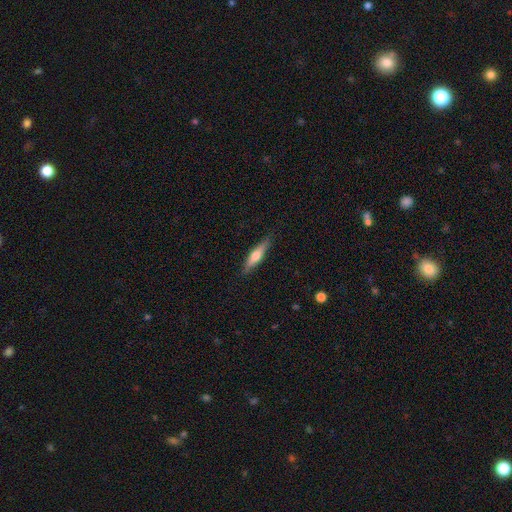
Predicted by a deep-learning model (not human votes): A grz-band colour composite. It shows a smooth galaxy with no disk features (51%) that is cigar-shaped (78%). Merging: none (87%).